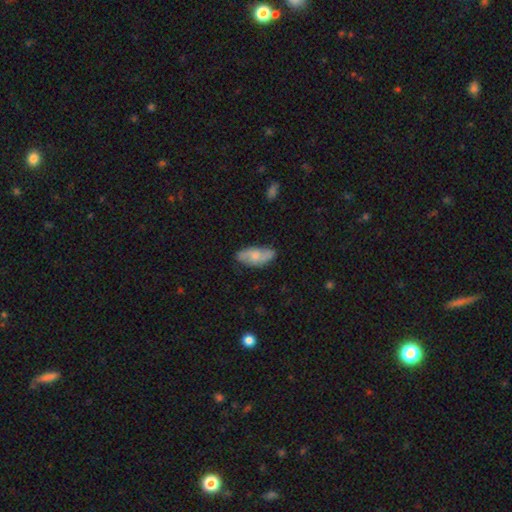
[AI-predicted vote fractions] This appears to be a smooth galaxy with no disk features (53%) that is in between round and cigar-shaped (84%). Merging: none (73%).